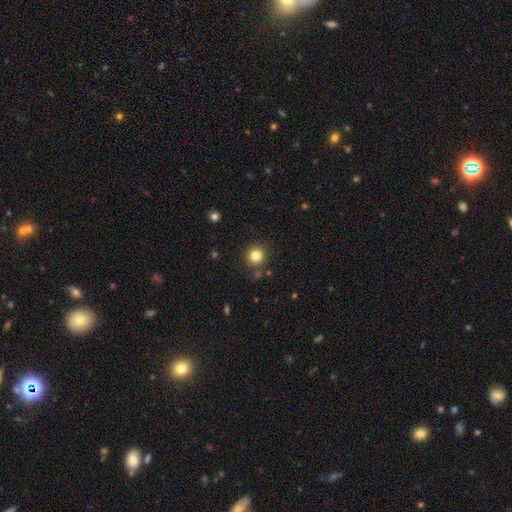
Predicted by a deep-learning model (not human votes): Smooth or featured?
  - smooth: 82% *
  - star or artifact: 12%
  - featured or disk: 6%
How rounded?
  - round: 94% *
  - in between: 5%
  - cigar-shaped: 1%
Merging?
  - none: 87% *
  - minor disturbance: 7%
  - merger: 4%
  - major disturbance: 2%